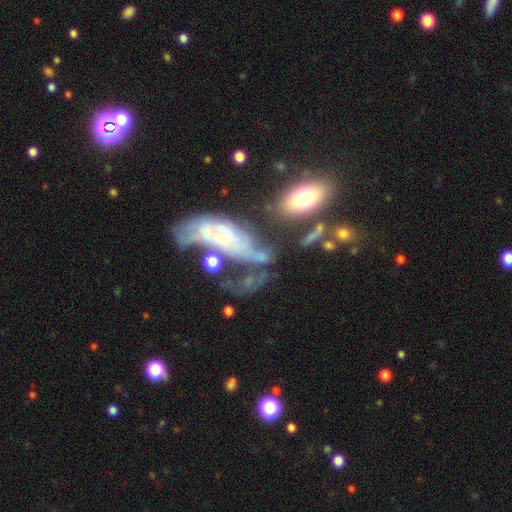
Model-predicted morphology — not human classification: type=featured or disk (58%); edge-on=no (86%); merging=major disturbance (33%).